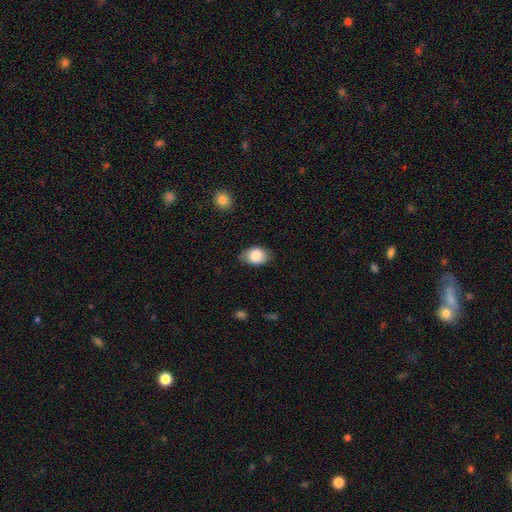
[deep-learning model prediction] Morphology: type=smooth (87%); roundness=in between (78%); merging=none (66%).